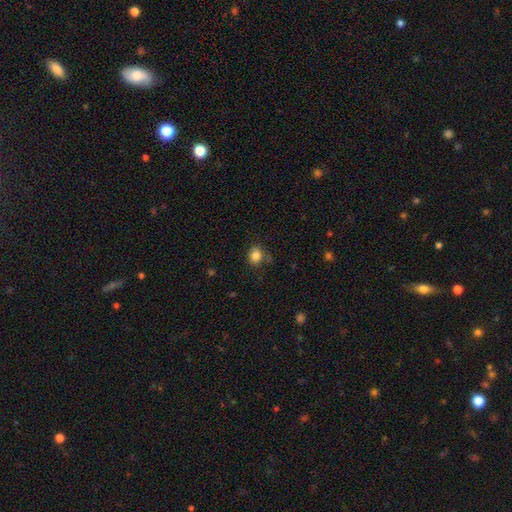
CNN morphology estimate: A smooth galaxy with no disk features (84%) that is round (65%). Merging: none (75%).